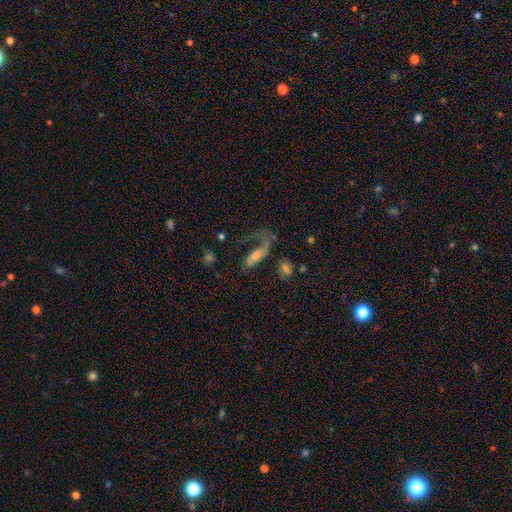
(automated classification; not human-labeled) featured or disk 51%, smooth 37%, star or artifact 12%. Down the decision tree: edge-on disk — no (81%); merging — major disturbance (47%).